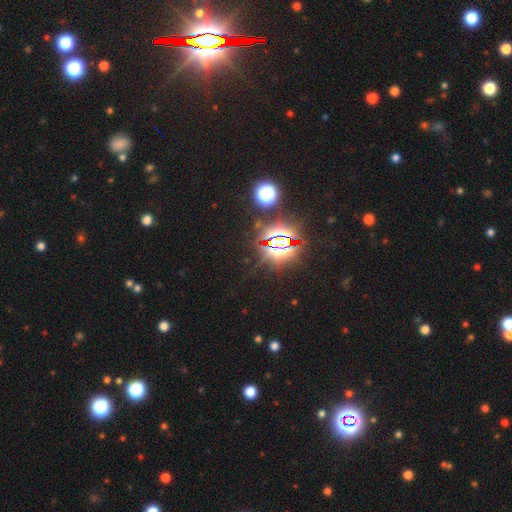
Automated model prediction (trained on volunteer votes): Morphology: type=star or artifact (82%).